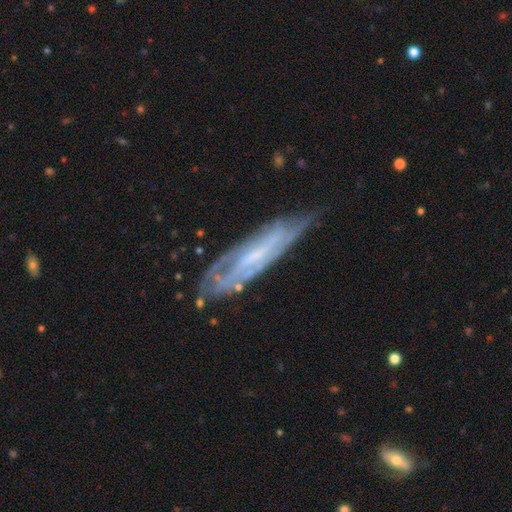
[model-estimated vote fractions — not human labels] featured or disk 76%, smooth 17%, star or artifact 7%. Down the decision tree: edge-on disk — no (65%); merging — none (66%).